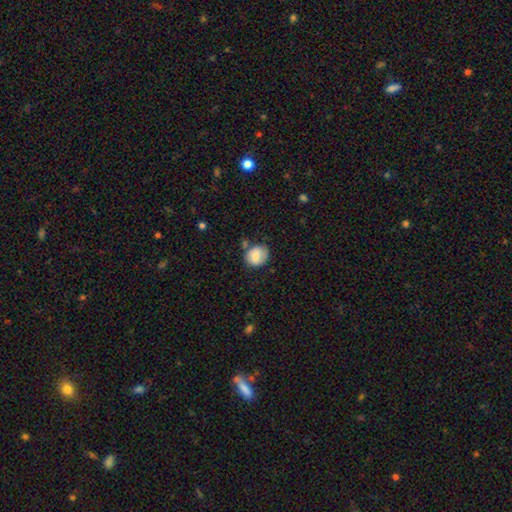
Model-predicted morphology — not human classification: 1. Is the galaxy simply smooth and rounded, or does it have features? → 70% smooth, 22% featured or disk, 8% star or artifact.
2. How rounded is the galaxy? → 65% round, 34% in between, 1% cigar-shaped.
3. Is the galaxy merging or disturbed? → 66% none, 21% minor disturbance, 7% merger, 6% major disturbance.